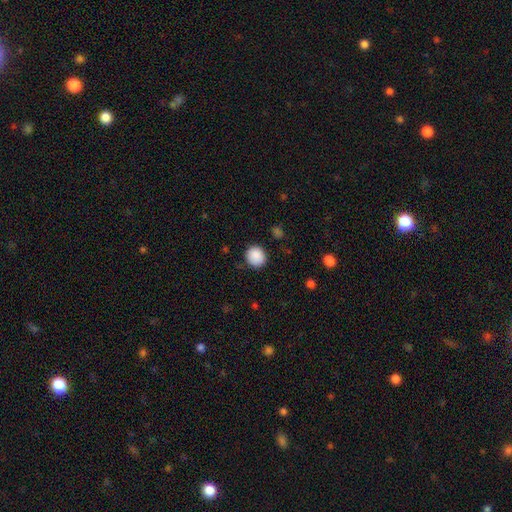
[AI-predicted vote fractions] A smooth galaxy with no disk features (89%) that is round (88%). Merging: none (86%).